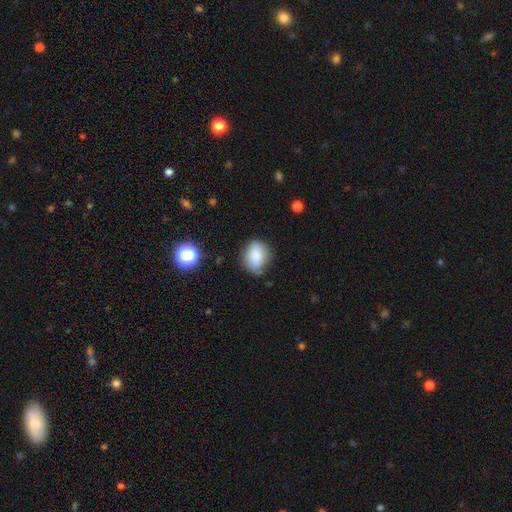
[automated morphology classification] Smooth or featured: smooth — 82% (featured or disk — 9%)
How rounded: in between — 56% (round — 42%)
Merging: none — 65% (minor disturbance — 27%)